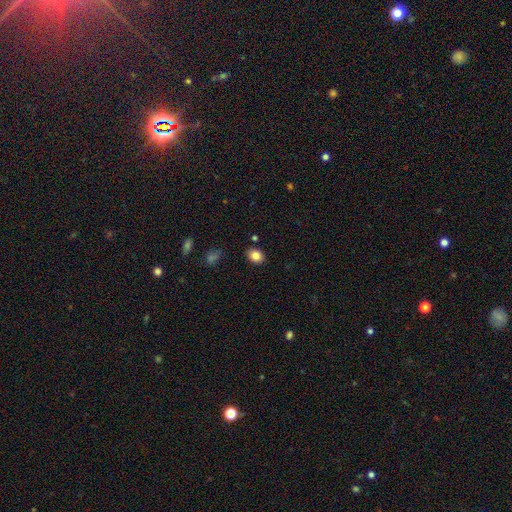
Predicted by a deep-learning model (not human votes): smooth-or-featured: smooth: 83% | star or artifact: 9% | featured or disk: 8%
  how-rounded: in between: 61% | round: 38% | cigar-shaped: 1%
  merging: none: 86% | minor disturbance: 10% | major disturbance: 2% | merger: 2%